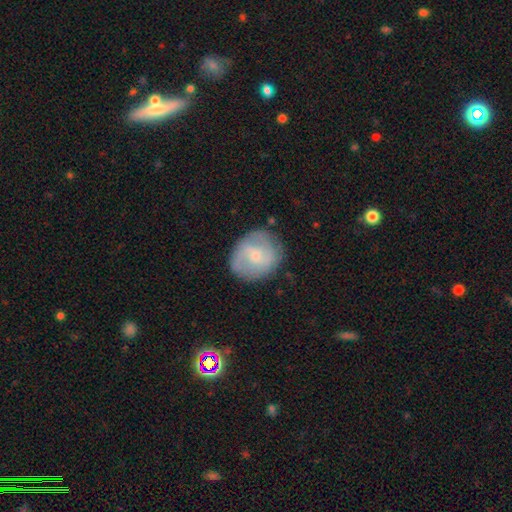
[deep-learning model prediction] Smooth or featured? featured or disk (51%)
Edge-on disk? no (97%)
Merging? none (77%)